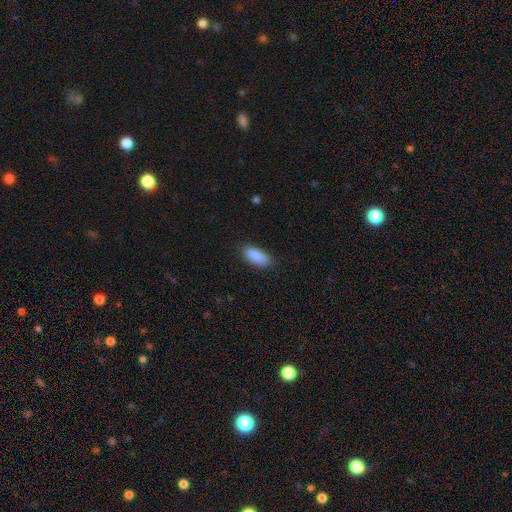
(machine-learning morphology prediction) Q: Smooth or featured?
A: smooth (88%); runner-up: star or artifact (7%)
Q: How rounded?
A: in between (78%); runner-up: cigar-shaped (19%)
Q: Merging?
A: none (80%); runner-up: minor disturbance (15%)